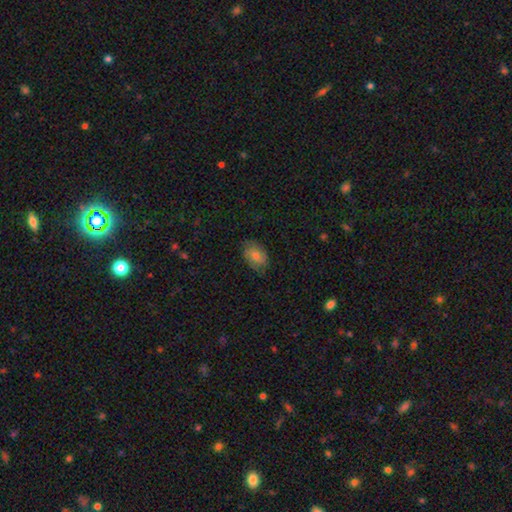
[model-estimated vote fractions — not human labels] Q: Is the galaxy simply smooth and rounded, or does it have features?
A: smooth — 63%.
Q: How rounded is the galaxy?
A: in between — 83%.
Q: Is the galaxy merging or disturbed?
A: none — 75%.